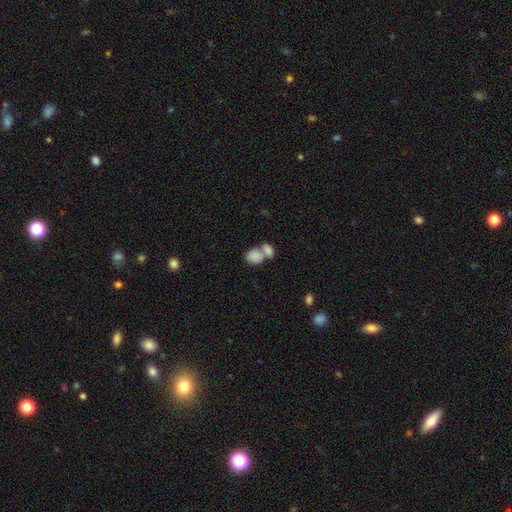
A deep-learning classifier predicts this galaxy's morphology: smooth 83%, featured or disk 10%, star or artifact 7%. Down the decision tree: how rounded — in between (66%); merging — merger (65%).